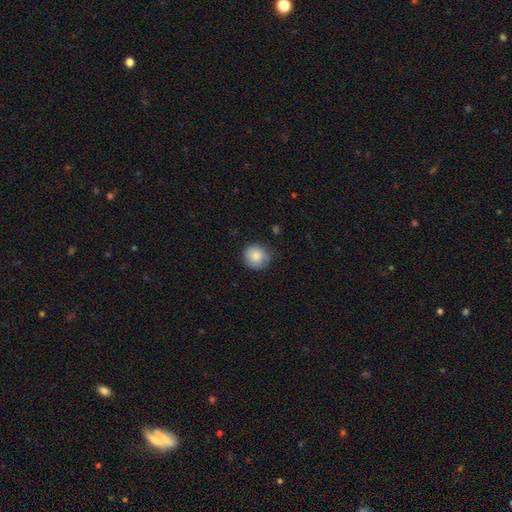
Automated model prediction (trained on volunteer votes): Morphology: type=smooth (86%); roundness=round (87%); merging=none (77%).